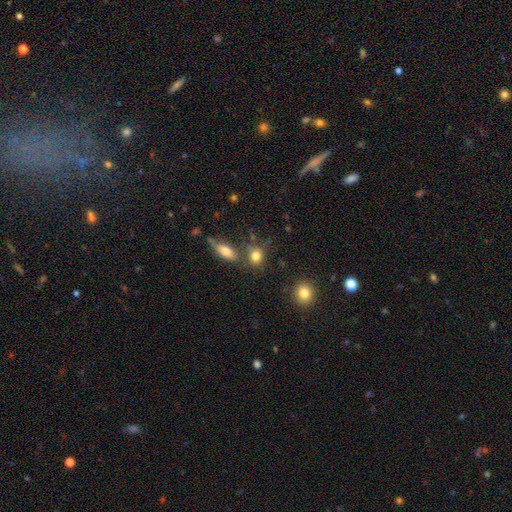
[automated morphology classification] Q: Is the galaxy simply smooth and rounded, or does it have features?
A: smooth — 80%.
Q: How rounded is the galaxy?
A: round — 62%.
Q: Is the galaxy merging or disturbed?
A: none — 62%.